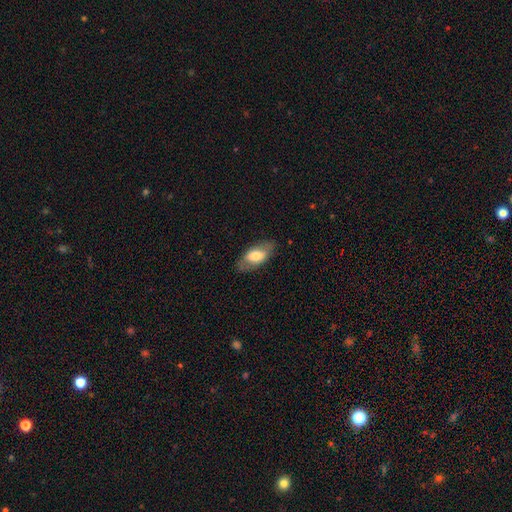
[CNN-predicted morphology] This appears to be a smooth galaxy with no disk features (62%) that is in between round and cigar-shaped (90%). Merging: none (79%).